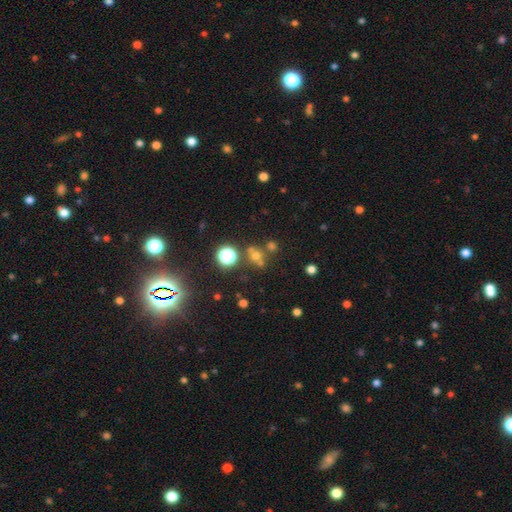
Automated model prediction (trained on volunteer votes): Smooth or featured? smooth (47%)
Merging? none (61%)